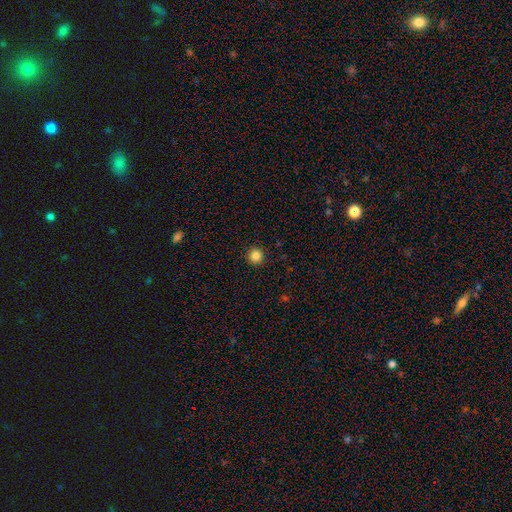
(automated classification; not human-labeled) This appears to be a smooth galaxy with no disk features (84%) that is round (95%). Merging: none (93%).